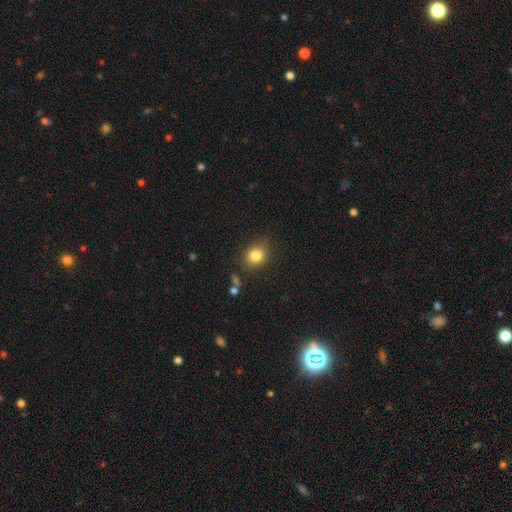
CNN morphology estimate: Smooth or featured: smooth — 82% (star or artifact — 11%)
How rounded: round — 66% (in between — 33%)
Merging: none — 80% (minor disturbance — 14%)